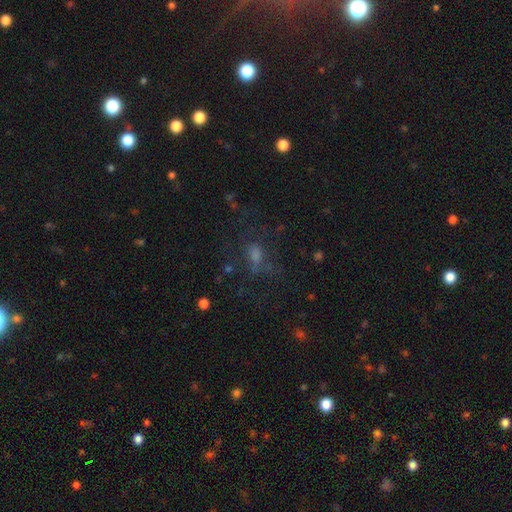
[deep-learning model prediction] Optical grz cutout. It shows a smooth galaxy with no disk features (50%). Merging: none (50%).